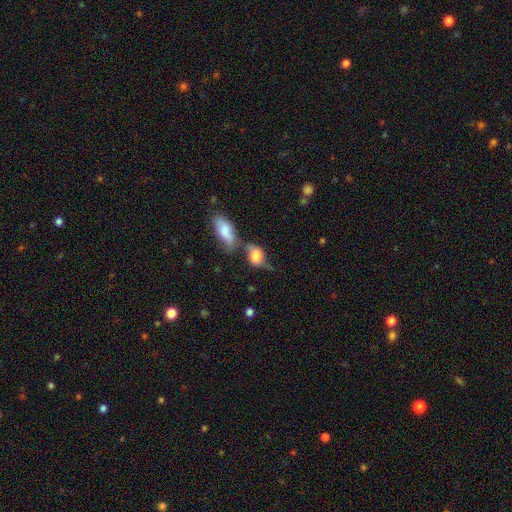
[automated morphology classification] type=smooth (72%); roundness=in between (73%); merging=none (35%).